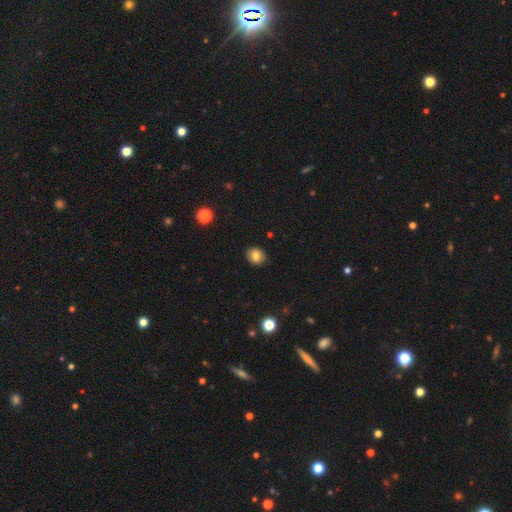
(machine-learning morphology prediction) smooth_or_featured: smooth (p=0.80) [alt: featured or disk p=0.10]
how_rounded: round (p=0.62) [alt: in between p=0.38]
merging: none (p=0.89) [alt: minor disturbance p=0.08]